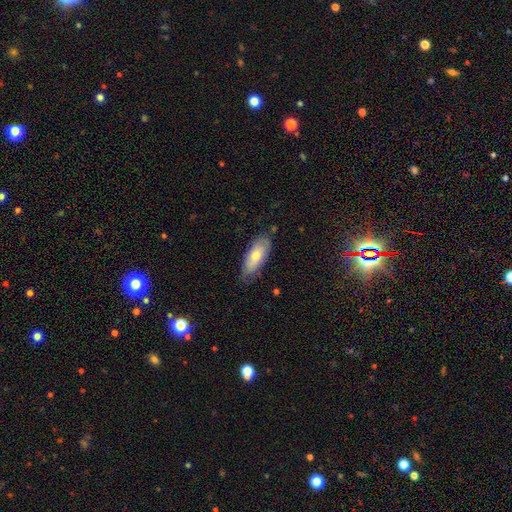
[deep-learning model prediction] Overall: smooth (66%; featured or disk 28%). How rounded: in between (81%). Merging: none (72%).